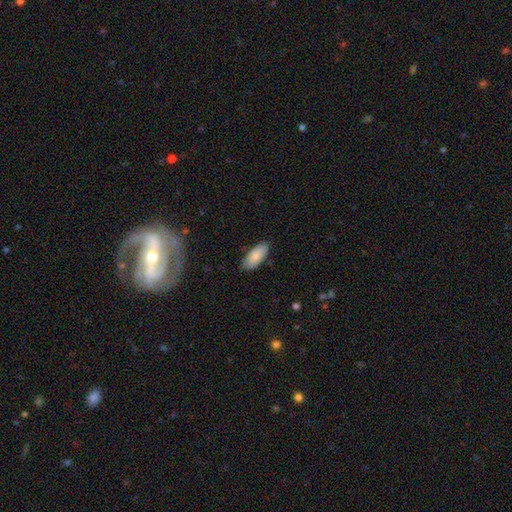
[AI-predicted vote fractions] smooth 86%, featured or disk 8%, star or artifact 6%. Down the decision tree: how rounded — in between (88%); merging — none (83%).